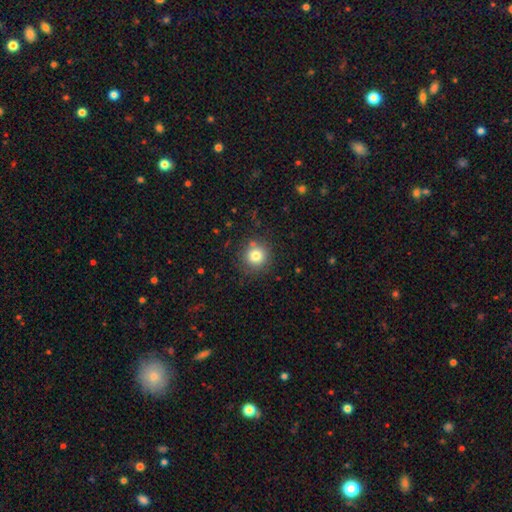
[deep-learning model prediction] smooth 80%, star or artifact 13%, featured or disk 8%. Down the decision tree: how rounded — round (93%); merging — none (84%).